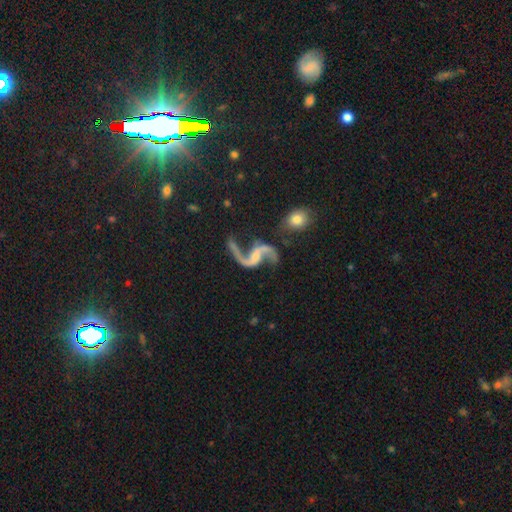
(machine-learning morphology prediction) Overall: featured or disk (90%). Edge-on disk: no (97%). Bar: no (43%; weak 38%). Spiral arms: yes (96%). Spiral arm count: 2 (93%). Spiral winding: loose (89%). Bulge size: small (46%; none 30%). Merging: none (57%; major disturbance 17%).